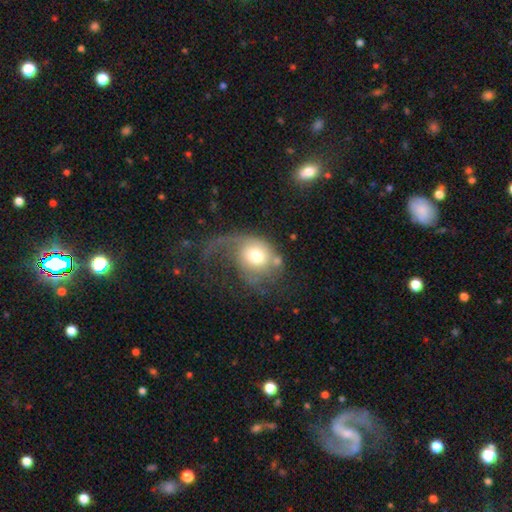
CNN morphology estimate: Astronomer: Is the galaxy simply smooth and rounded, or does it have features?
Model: featured or disk — 50% (runner-up: smooth, 42%).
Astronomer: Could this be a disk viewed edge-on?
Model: no — 96%.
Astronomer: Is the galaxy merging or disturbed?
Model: major disturbance — 56%.